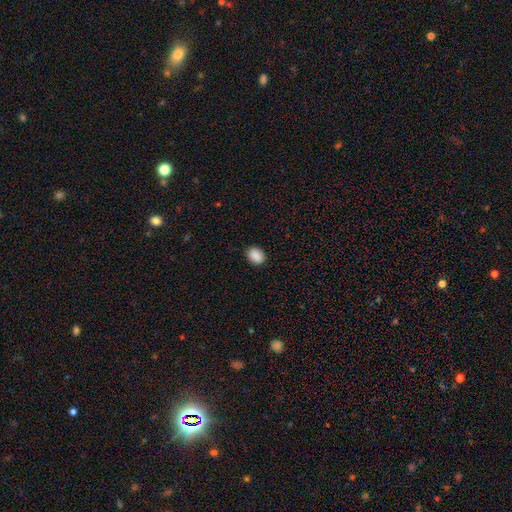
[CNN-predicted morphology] A smooth galaxy with no disk features (90%) that is in between round and cigar-shaped (62%).

Vote fractions:
- Smooth or featured? smooth: 90% / star or artifact: 8% / featured or disk: 2%
- How rounded? in between: 62% / round: 37% / cigar-shaped: 1%
- Merging? none: 89% / minor disturbance: 8% / major disturbance: 2% / merger: 1%